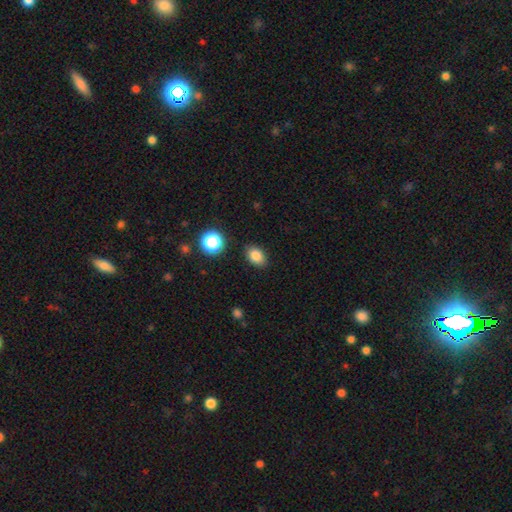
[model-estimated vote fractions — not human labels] Smooth or featured? smooth (83%)
How rounded? in between (78%)
Merging? none (86%)